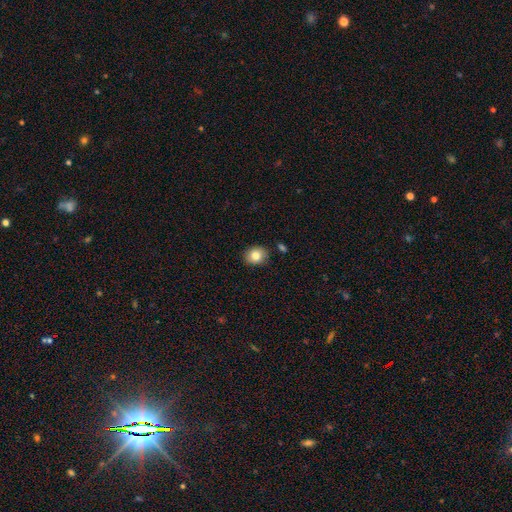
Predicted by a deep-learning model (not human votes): Overall: smooth (82%). How rounded: round (58%; in between 41%). Merging: none (86%).